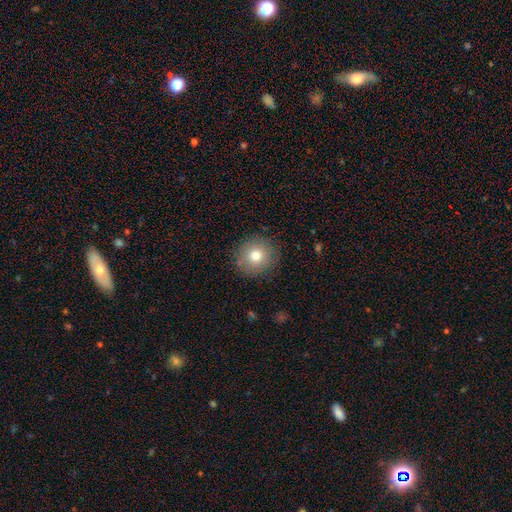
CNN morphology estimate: Overall: smooth (77%). How rounded: round (91%). Merging: none (88%).